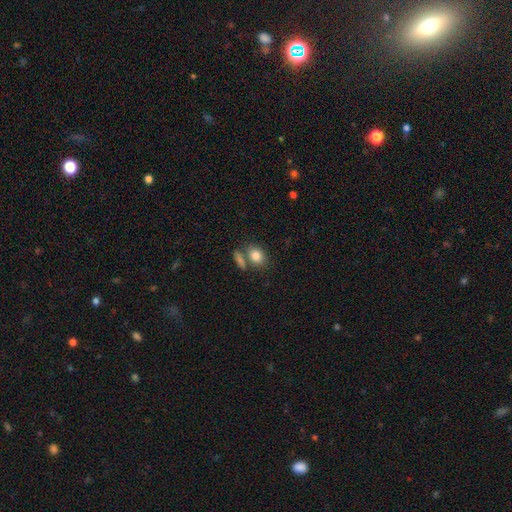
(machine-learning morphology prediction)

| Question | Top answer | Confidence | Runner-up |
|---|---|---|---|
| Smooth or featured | smooth | 83% | featured or disk (9%) |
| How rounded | in between | 67% | round (31%) |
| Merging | none | 57% | merger (27%) |